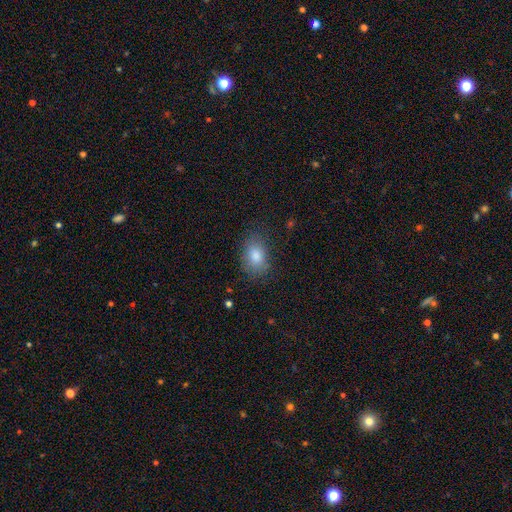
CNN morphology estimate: type=smooth (81%); roundness=in between (78%); merging=none (78%).